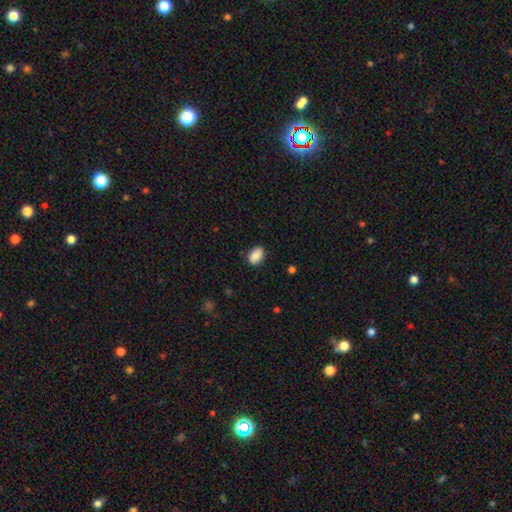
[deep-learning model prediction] Smooth or featured: smooth — 87% (star or artifact — 7%)
How rounded: in between — 83% (round — 15%)
Merging: none — 80% (minor disturbance — 16%)